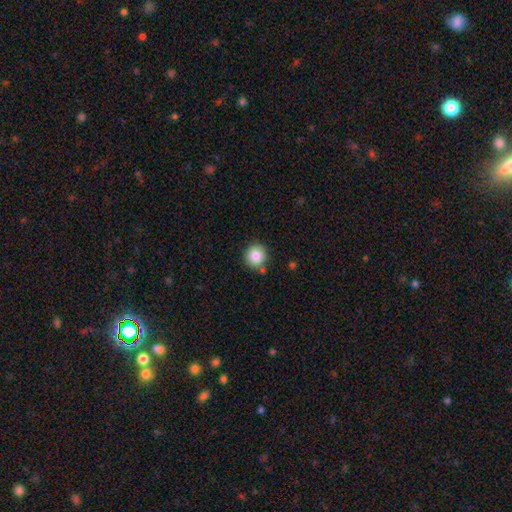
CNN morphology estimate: Smooth or featured: smooth — 84% (star or artifact — 9%)
How rounded: round — 94% (in between — 6%)
Merging: none — 85% (minor disturbance — 8%)